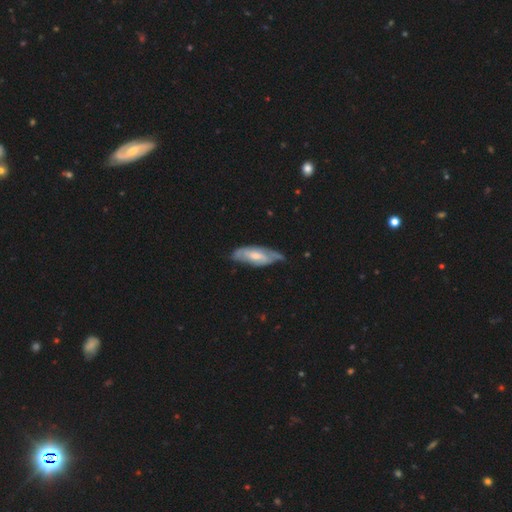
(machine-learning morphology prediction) Q: Smooth or featured?
A: featured or disk (61%); runner-up: smooth (34%)
Q: Edge-on disk?
A: no (81%); runner-up: yes (19%)
Q: Merging?
A: none (51%); runner-up: minor disturbance (35%)